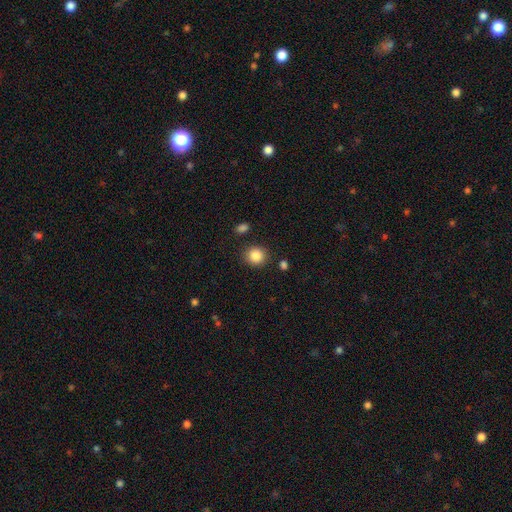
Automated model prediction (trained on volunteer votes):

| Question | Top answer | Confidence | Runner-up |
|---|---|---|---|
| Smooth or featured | smooth | 87% | star or artifact (9%) |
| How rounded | round | 87% | in between (12%) |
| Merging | none | 86% | minor disturbance (8%) |